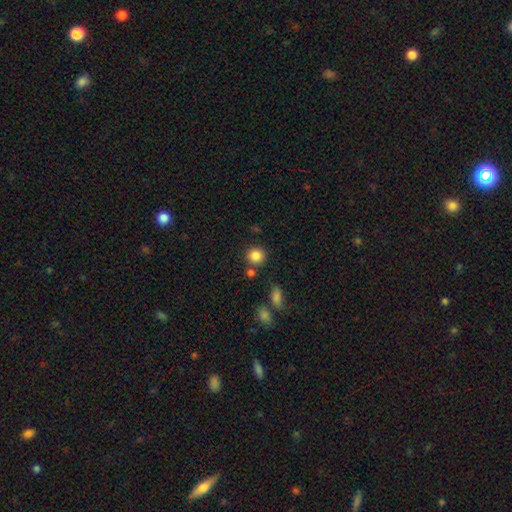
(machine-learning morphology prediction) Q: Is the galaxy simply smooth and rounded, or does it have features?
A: smooth — 85%.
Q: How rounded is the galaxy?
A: round — 90%.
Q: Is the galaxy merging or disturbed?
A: none — 80%.